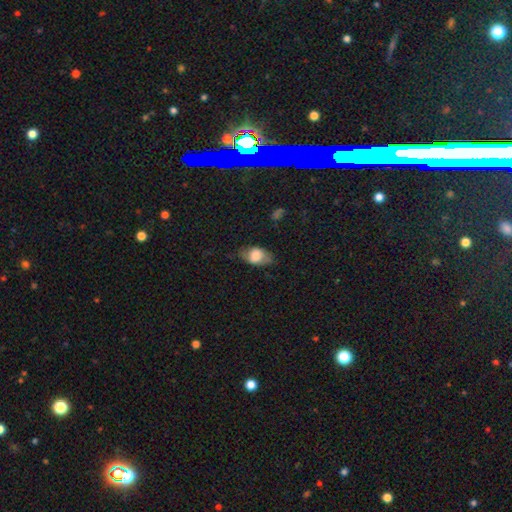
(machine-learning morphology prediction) A smooth galaxy with no disk features (72%) that is in between round and cigar-shaped (87%). Merging: none (65%).